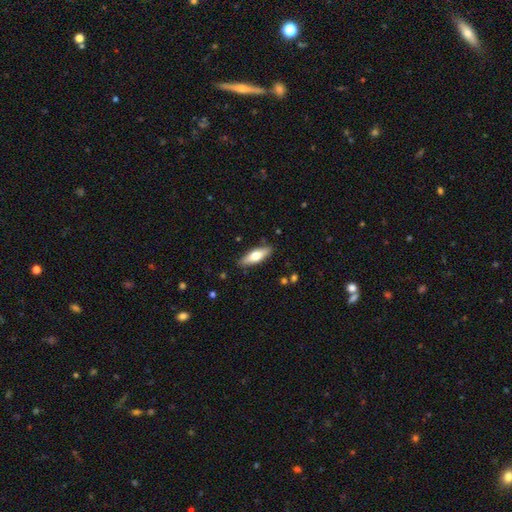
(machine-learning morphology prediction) Smooth or featured?
  - smooth: 61% *
  - featured or disk: 33%
  - star or artifact: 6%
How rounded?
  - in between: 53% *
  - cigar-shaped: 45%
  - round: 2%
Merging?
  - none: 86% *
  - minor disturbance: 10%
  - major disturbance: 2%
  - merger: 1%